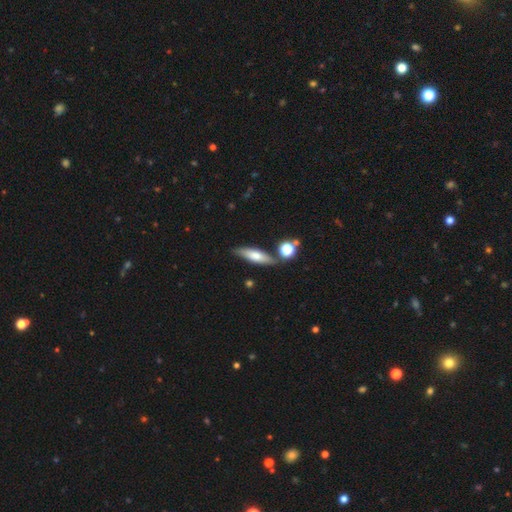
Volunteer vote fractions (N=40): smooth 57%, featured or disk 32%, star or artifact 10%. Down the decision tree: how rounded — cigar-shaped (74%); merging — none (69%).